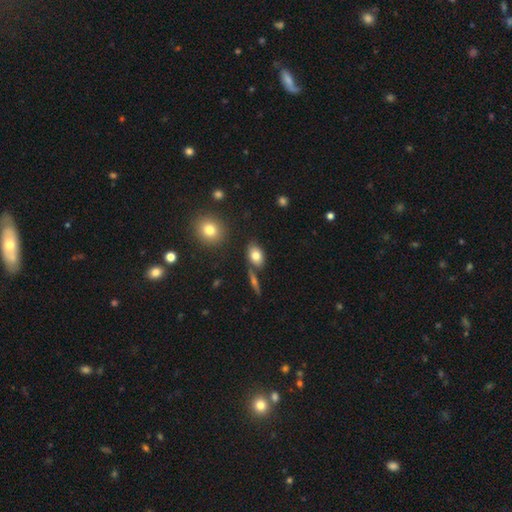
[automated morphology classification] smooth-or-featured: smooth: 77% | featured or disk: 13% | star or artifact: 9%
  how-rounded: in between: 81% | round: 17% | cigar-shaped: 3%
  merging: none: 71% | minor disturbance: 13% | merger: 12% | major disturbance: 4%